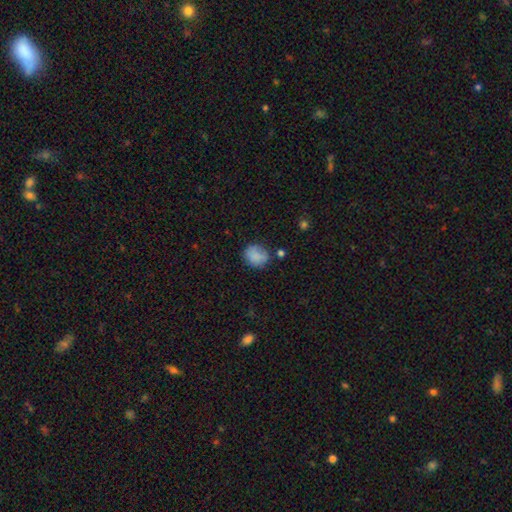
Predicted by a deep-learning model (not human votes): Smooth or featured? smooth (82%)
How rounded? round (67%)
Merging? none (63%)